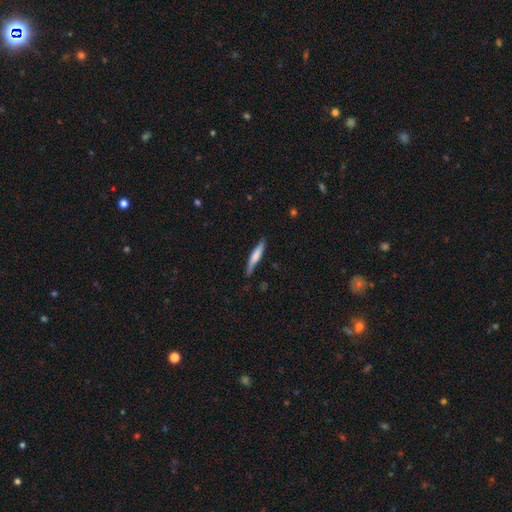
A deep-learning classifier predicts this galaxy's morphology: smooth-or-featured: smooth: 61% | featured or disk: 34% | star or artifact: 5%
  how-rounded: cigar-shaped: 91% | in between: 8% | round: 1%
  merging: none: 79% | minor disturbance: 17% | major disturbance: 3% | merger: 2%